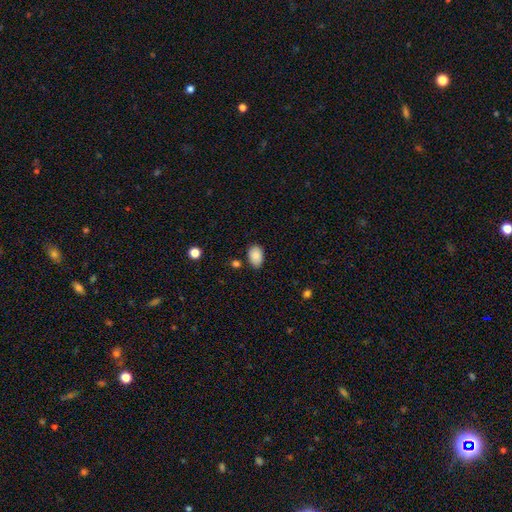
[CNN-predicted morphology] This is clearly a smooth galaxy (88%). How rounded: clearly in between (87%). Merging: likely none (77%).